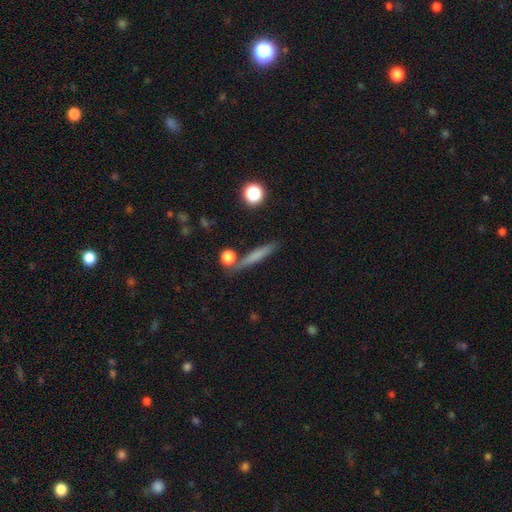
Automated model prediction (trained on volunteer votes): Q: Smooth or featured?
A: smooth (65%); runner-up: featured or disk (26%)
Q: How rounded?
A: cigar-shaped (88%); runner-up: in between (7%)
Q: Merging?
A: none (80%); runner-up: minor disturbance (10%)